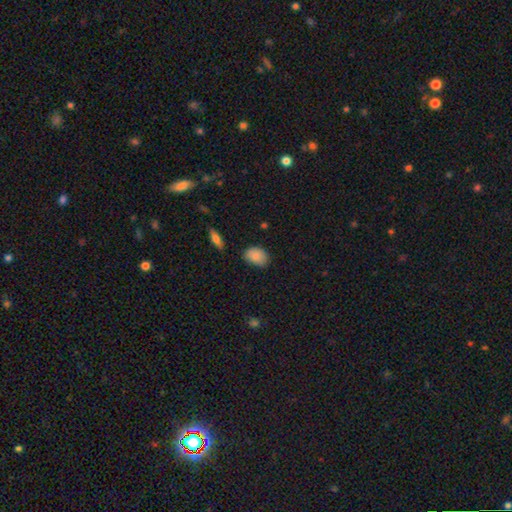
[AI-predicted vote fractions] Smooth or featured? smooth (86%)
How rounded? in between (82%)
Merging? none (74%)